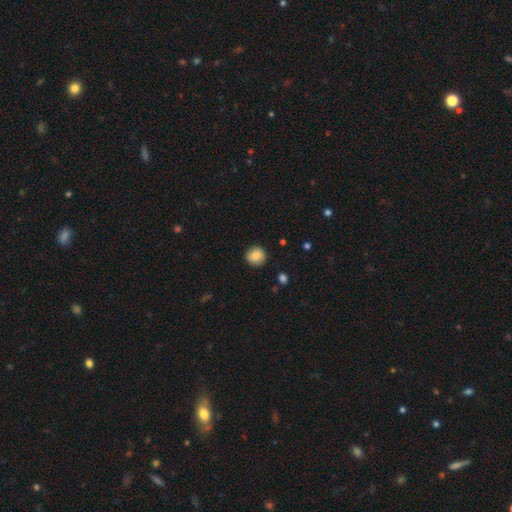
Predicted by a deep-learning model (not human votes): A smooth galaxy with no disk features (84%) that is round (91%).

Vote fractions:
- Smooth or featured? smooth: 84% / star or artifact: 8% / featured or disk: 7%
- How rounded? round: 91% / in between: 8% / cigar-shaped: 1%
- Merging? none: 89% / minor disturbance: 7% / major disturbance: 2% / merger: 1%